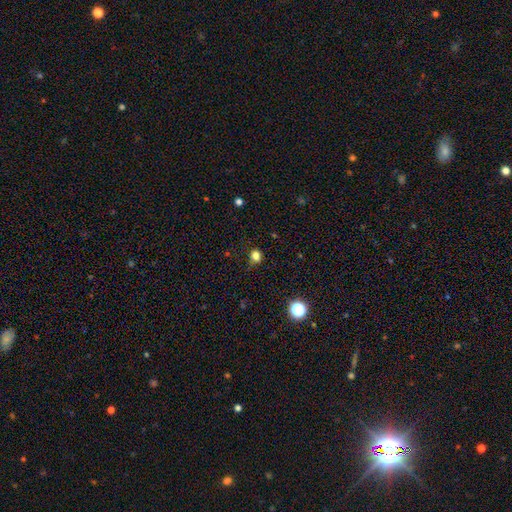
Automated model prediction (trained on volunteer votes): Q: Smooth or featured?
A: smooth (78%); runner-up: star or artifact (17%)
Q: How rounded?
A: round (68%); runner-up: in between (31%)
Q: Merging?
A: none (68%); runner-up: minor disturbance (22%)